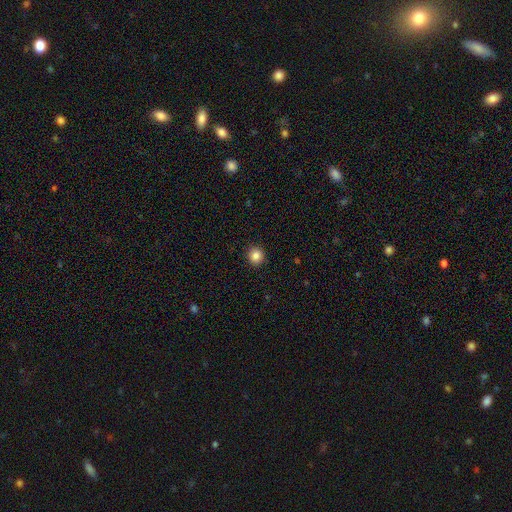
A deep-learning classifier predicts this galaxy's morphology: Smooth or featured?
  - smooth: 85% *
  - star or artifact: 10%
  - featured or disk: 4%
How rounded?
  - round: 91% *
  - in between: 8%
  - cigar-shaped: 1%
Merging?
  - none: 92% *
  - minor disturbance: 5%
  - major disturbance: 2%
  - merger: 1%